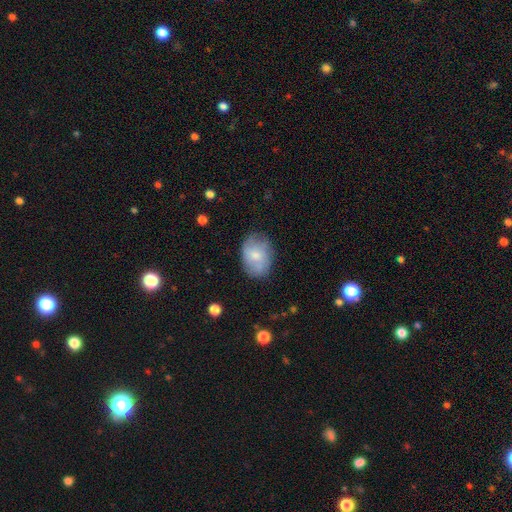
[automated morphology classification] This is likely a smooth galaxy (66%). How rounded: likely in between (74%). Merging: likely none (71%).